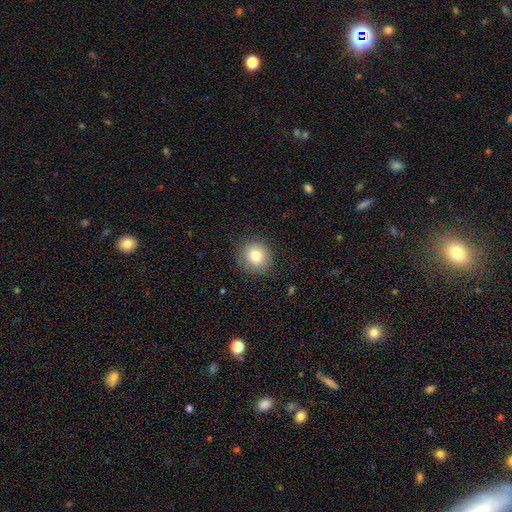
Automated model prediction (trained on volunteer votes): A smooth galaxy with no disk features (81%) that is round (85%). Merging: none (86%).